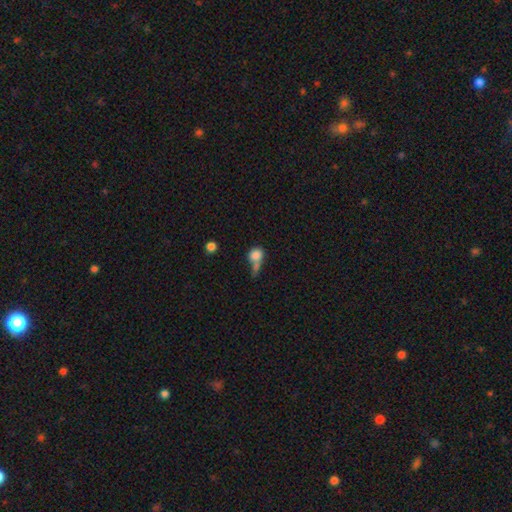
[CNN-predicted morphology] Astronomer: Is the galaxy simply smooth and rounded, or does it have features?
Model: smooth — 79%.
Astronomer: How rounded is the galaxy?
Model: round — 69%.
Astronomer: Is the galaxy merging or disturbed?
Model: merger — 37% (runner-up: none, 29%).